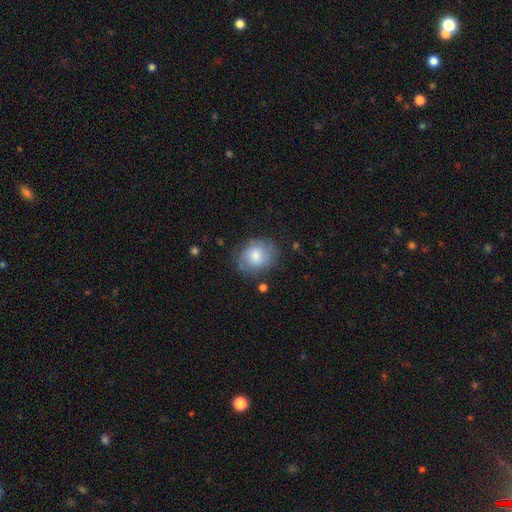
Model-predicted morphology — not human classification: type=smooth (74%); roundness=round (55%); merging=none (71%).